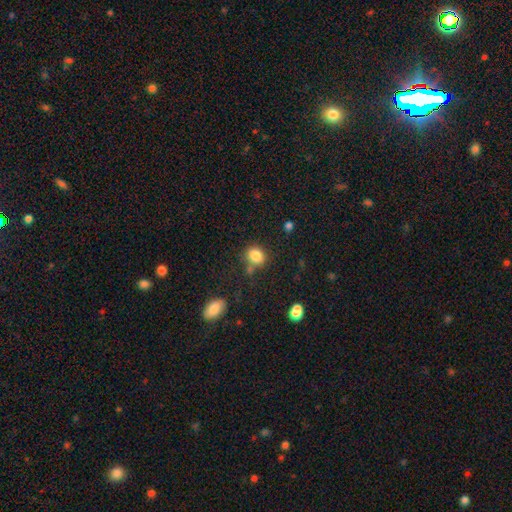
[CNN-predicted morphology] smooth-or-featured: smooth: 84% | star or artifact: 10% | featured or disk: 6%
  how-rounded: round: 53% | in between: 46% | cigar-shaped: 1%
  merging: none: 68% | minor disturbance: 16% | merger: 11% | major disturbance: 5%